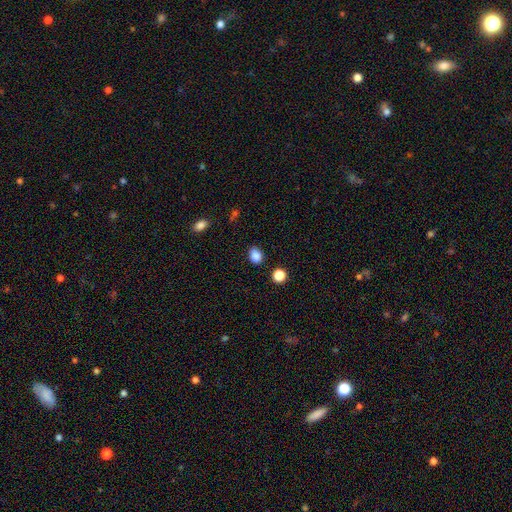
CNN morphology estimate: Smooth or featured? smooth (85%)
How rounded? in between (62%)
Merging? none (83%)